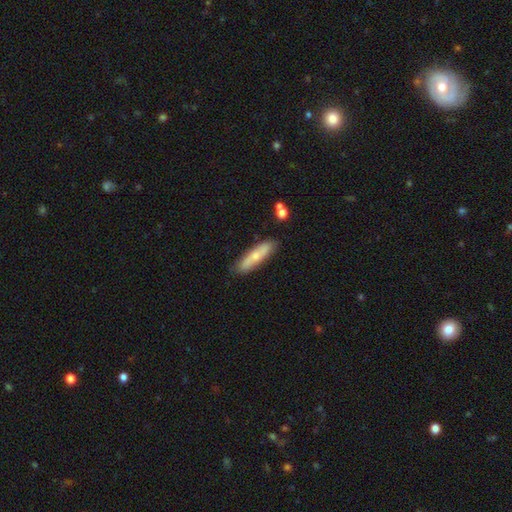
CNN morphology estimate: The model was most divided on "smooth or featured": smooth: 58%, featured or disk: 36%, star or artifact: 6%. More confident: merging — none (83%); how rounded — cigar-shaped (74%).